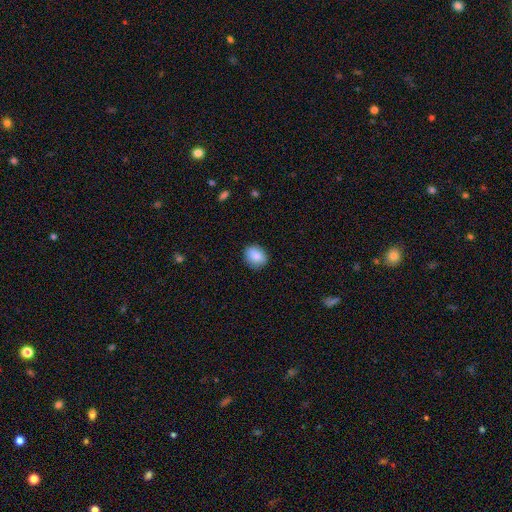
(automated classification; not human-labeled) A smooth galaxy with no disk features (87%) that is in between round and cigar-shaped (55%). Merging: none (84%).